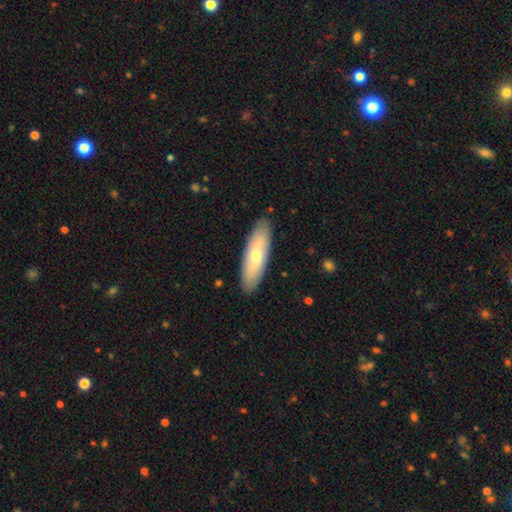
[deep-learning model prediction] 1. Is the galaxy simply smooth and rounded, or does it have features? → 59% smooth, 35% featured or disk, 5% star or artifact.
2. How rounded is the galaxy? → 50% in between, 48% cigar-shaped, 2% round.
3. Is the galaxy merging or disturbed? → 89% none, 8% minor disturbance, 2% major disturbance, 1% merger.